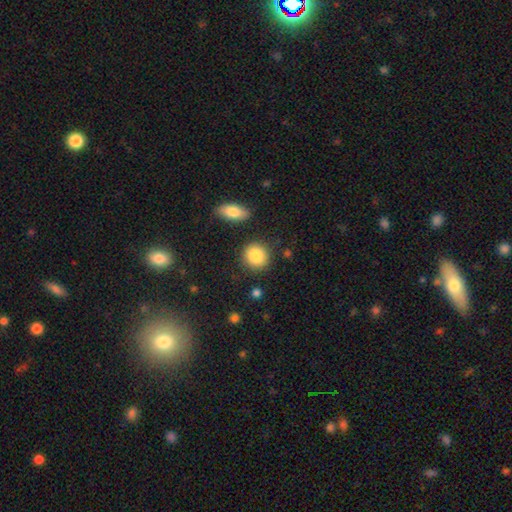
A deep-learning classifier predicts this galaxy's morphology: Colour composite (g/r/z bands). It shows a smooth galaxy with no disk features (87%) that is round (79%). Merging: none (84%).